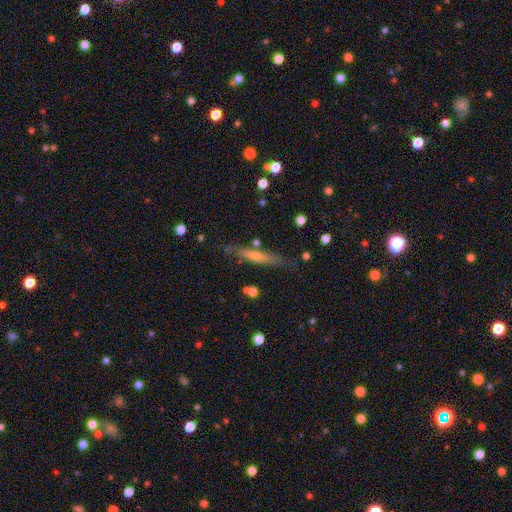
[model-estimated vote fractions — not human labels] Morphology: type=featured or disk (50%); merging=none (79%).